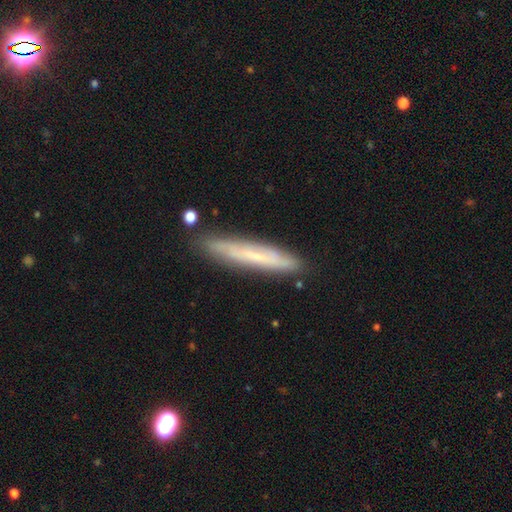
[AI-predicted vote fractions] Morphology: type=featured or disk (47%); merging=none (83%).